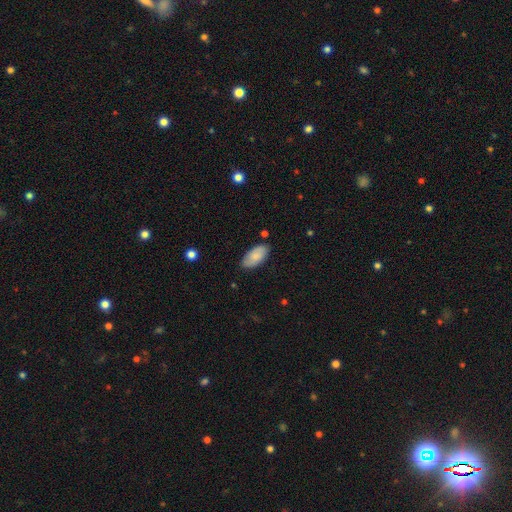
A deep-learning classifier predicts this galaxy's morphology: Smooth or featured: smooth — 83% (featured or disk — 11%)
How rounded: in between — 93% (cigar-shaped — 5%)
Merging: none — 82% (minor disturbance — 13%)